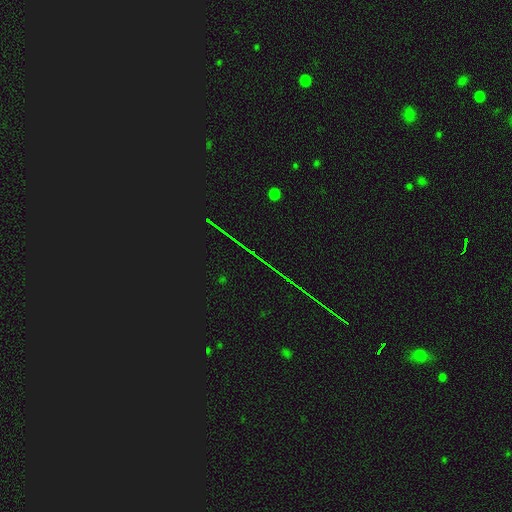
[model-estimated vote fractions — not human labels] Smooth or featured? star or artifact (85%)